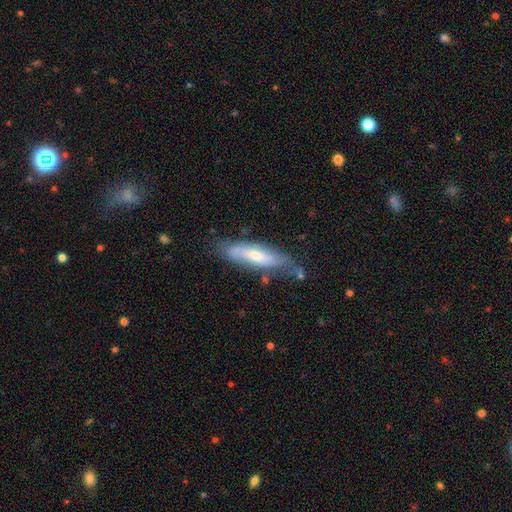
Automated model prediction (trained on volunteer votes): Smooth or featured?
  - featured or disk: 48% *
  - smooth: 46%
  - star or artifact: 6%
Merging?
  - none: 64% *
  - minor disturbance: 25%
  - major disturbance: 7%
  - merger: 4%